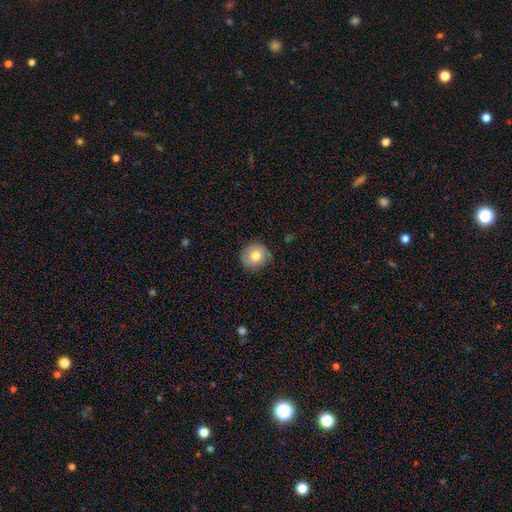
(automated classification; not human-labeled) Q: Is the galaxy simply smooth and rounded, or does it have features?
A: smooth — 77%.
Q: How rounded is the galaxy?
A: round — 91%.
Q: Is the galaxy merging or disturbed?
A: none — 80%.